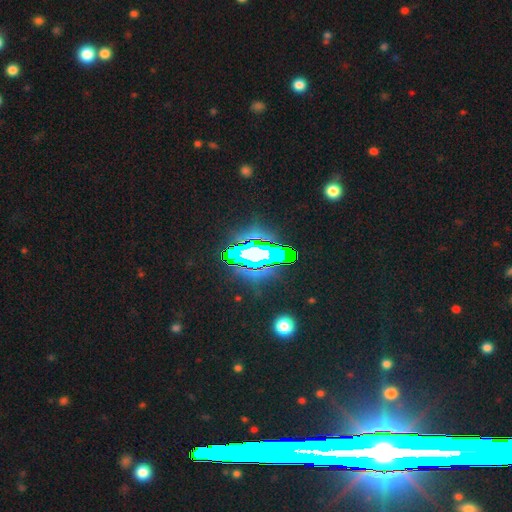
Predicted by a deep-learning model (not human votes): Smooth or featured?
  - star or artifact: 64% *
  - featured or disk: 19%
  - smooth: 18%